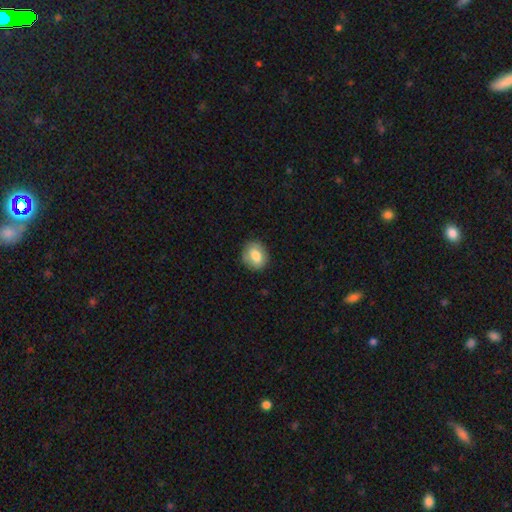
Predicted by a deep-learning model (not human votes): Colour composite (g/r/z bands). It shows a smooth galaxy with no disk features (79%) that is round (59%). Merging: none (85%).